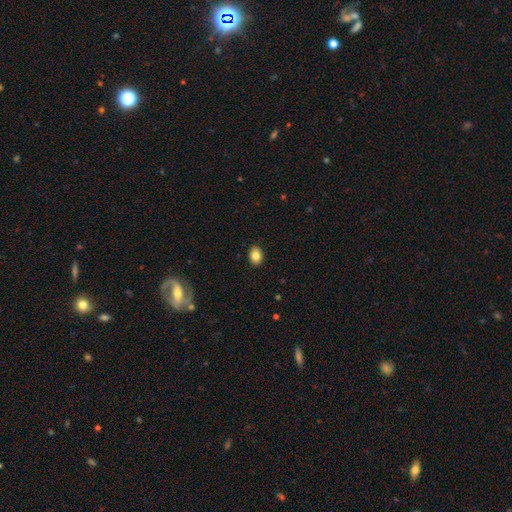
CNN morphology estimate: The model was most divided on "how rounded": in between: 70%, round: 29%, cigar-shaped: 1%. More confident: merging — none (90%); smooth or featured — smooth (83%).